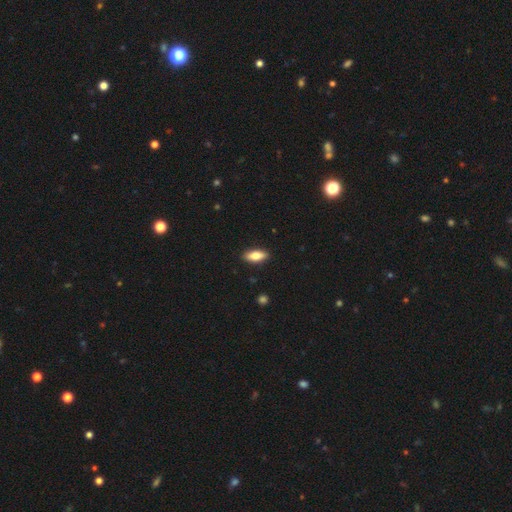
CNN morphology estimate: Smooth or featured: smooth — 76% (featured or disk — 17%)
How rounded: in between — 77% (cigar-shaped — 20%)
Merging: none — 89% (minor disturbance — 8%)